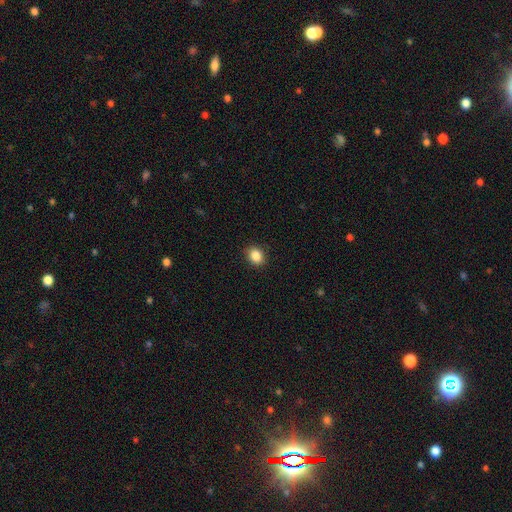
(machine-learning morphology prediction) The model was most divided on "how rounded": in between: 54%, round: 45%, cigar-shaped: 1%. More confident: merging — none (89%); smooth or featured — smooth (87%).